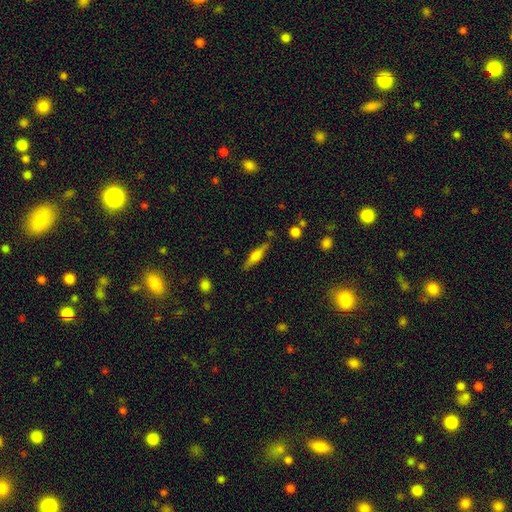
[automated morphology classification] featured or disk 54%, smooth 39%, star or artifact 7%. Down the decision tree: edge-on disk — yes (95%); edge-on bulge — rounded (81%); merging — none (84%).